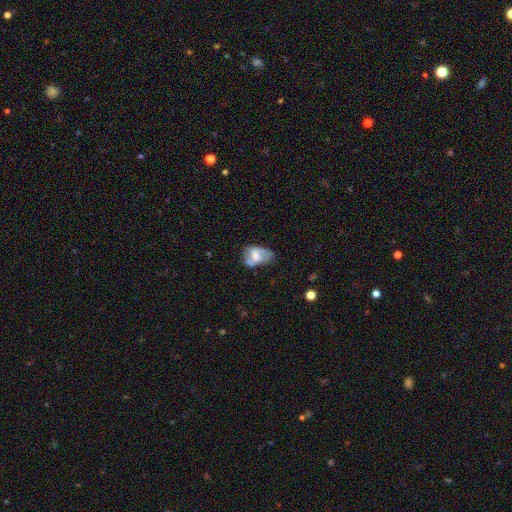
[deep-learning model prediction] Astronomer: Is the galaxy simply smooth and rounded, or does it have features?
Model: smooth — 53% (runner-up: featured or disk, 39%).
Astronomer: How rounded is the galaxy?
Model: in between — 87%.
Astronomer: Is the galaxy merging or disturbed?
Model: none — 37% (runner-up: minor disturbance, 30%).